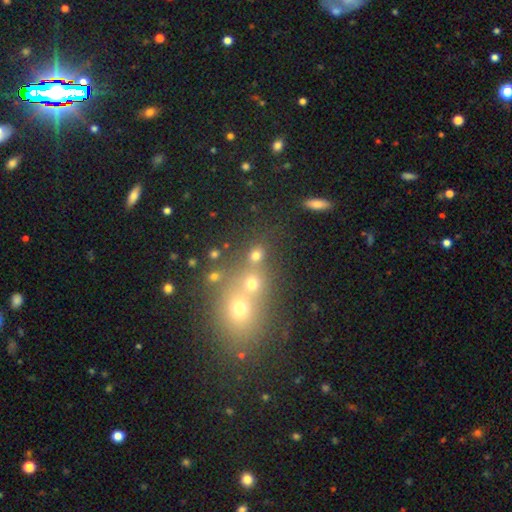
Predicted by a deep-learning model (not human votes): A smooth galaxy with no disk features (69%) that is round (72%).

Vote fractions:
- Smooth or featured? smooth: 69% / star or artifact: 20% / featured or disk: 10%
- How rounded? round: 72% / in between: 27% / cigar-shaped: 2%
- Merging? none: 56% / merger: 31% / minor disturbance: 8% / major disturbance: 5%